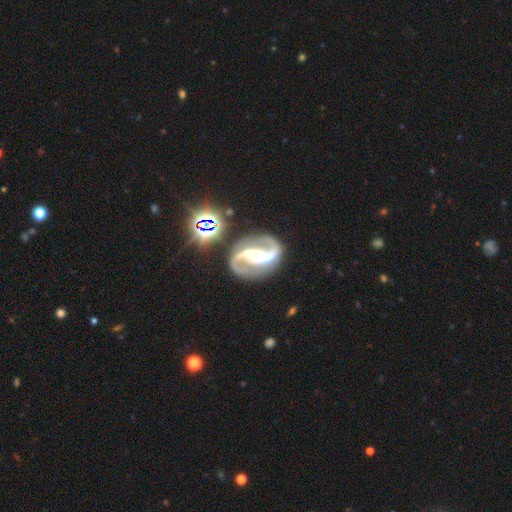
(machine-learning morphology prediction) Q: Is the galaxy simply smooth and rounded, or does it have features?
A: featured or disk — 91%.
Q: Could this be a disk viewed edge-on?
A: no — 98%.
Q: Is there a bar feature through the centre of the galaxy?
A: strong — 68%.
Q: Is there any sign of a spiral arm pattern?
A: yes — 97%.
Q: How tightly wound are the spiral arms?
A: medium — 56%.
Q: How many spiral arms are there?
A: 2 — 94%.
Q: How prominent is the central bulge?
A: moderate — 48%.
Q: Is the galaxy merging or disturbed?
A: none — 78%.